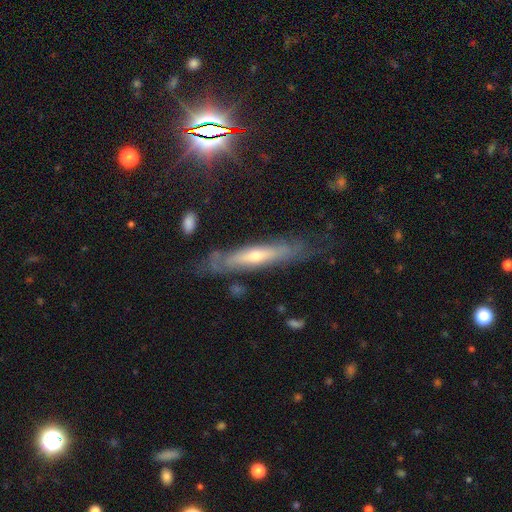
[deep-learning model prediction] smooth-or-featured: featured or disk: 63% | smooth: 30% | star or artifact: 6%
  disk-edge-on: yes: 66% | no: 34%
  merging: none: 67% | minor disturbance: 21% | major disturbance: 9% | merger: 3%